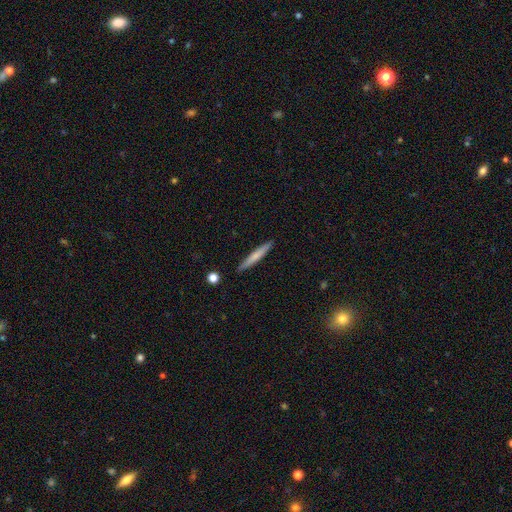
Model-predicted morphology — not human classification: smooth-or-featured: smooth: 64% | featured or disk: 31% | star or artifact: 5%
  how-rounded: cigar-shaped: 95% | in between: 3% | round: 1%
  merging: none: 90% | minor disturbance: 7% | merger: 1% | major disturbance: 1%